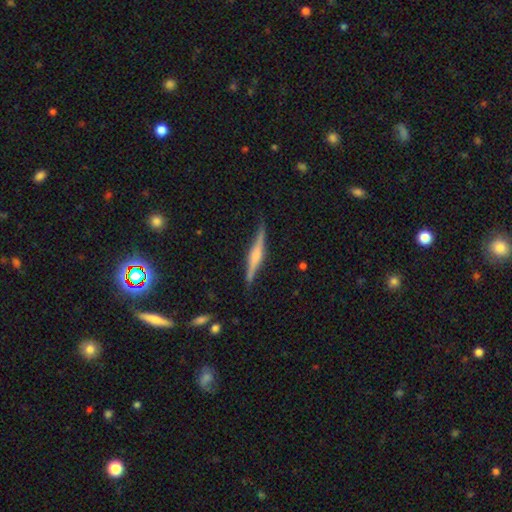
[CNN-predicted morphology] smooth-or-featured: featured or disk: 71% | smooth: 23% | star or artifact: 6%
  disk-edge-on: yes: 98% | no: 2%
    edge-on-bulge: rounded: 64% | boxy: 25% | none: 11%
  merging: none: 86% | minor disturbance: 11% | major disturbance: 2% | merger: 1%